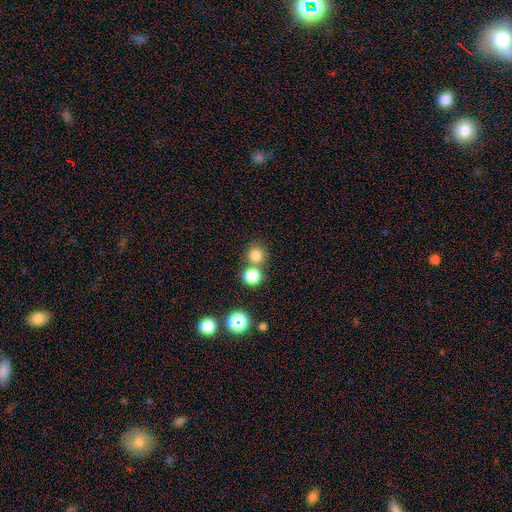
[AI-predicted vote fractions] Smooth or featured?
  - smooth: 78% *
  - star or artifact: 16%
  - featured or disk: 6%
How rounded?
  - round: 91% *
  - in between: 8%
  - cigar-shaped: 1%
Merging?
  - none: 62% *
  - merger: 29%
  - minor disturbance: 6%
  - major disturbance: 3%